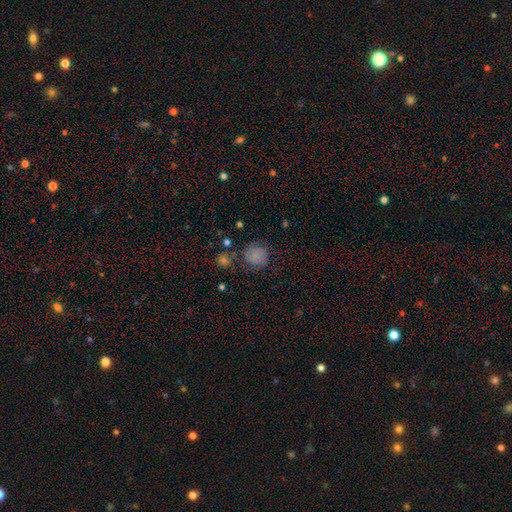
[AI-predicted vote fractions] Smooth or featured?
  - smooth: 79% *
  - star or artifact: 13%
  - featured or disk: 8%
How rounded?
  - round: 86% *
  - in between: 13%
  - cigar-shaped: 1%
Merging?
  - none: 69% *
  - minor disturbance: 19%
  - major disturbance: 8%
  - merger: 4%